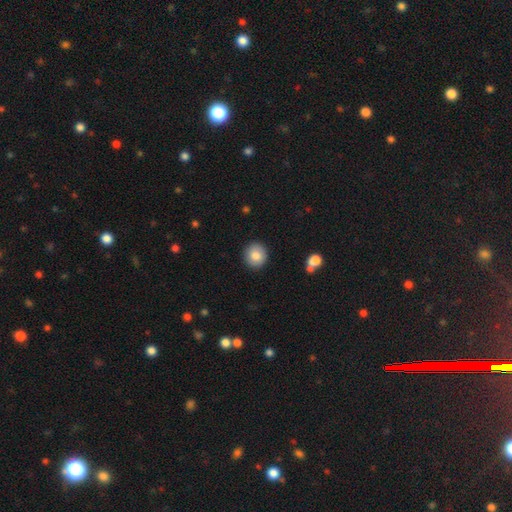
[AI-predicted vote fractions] Smooth or featured? smooth (82%)
How rounded? round (88%)
Merging? none (91%)